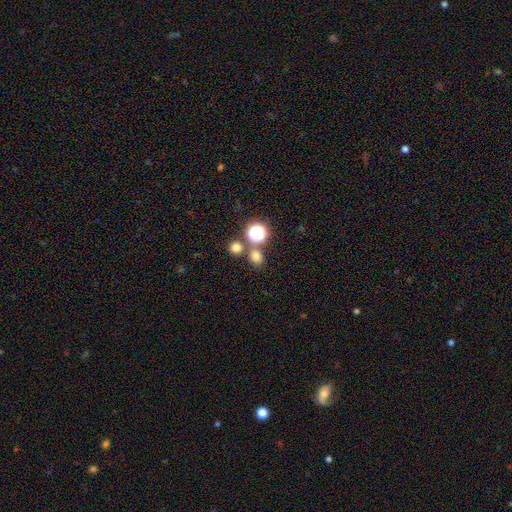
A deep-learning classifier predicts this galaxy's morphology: type=smooth (71%); roundness=round (73%); merging=none (69%).